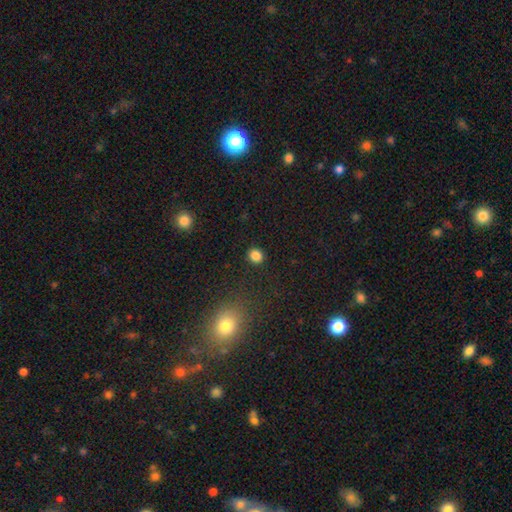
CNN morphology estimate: smooth_or_featured: smooth (p=0.84) [alt: star or artifact p=0.12]
how_rounded: round (p=0.85) [alt: in between p=0.15]
merging: none (p=0.90) [alt: minor disturbance p=0.06]